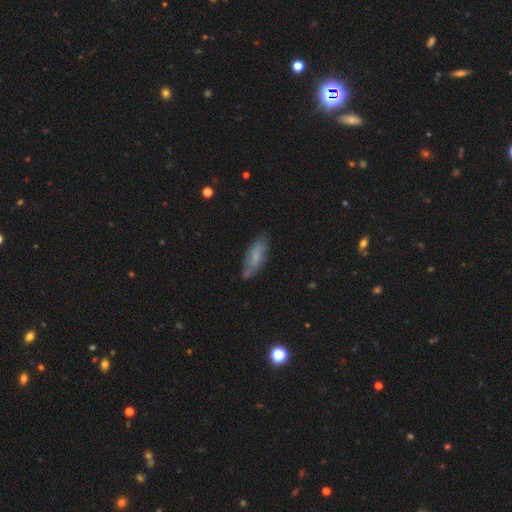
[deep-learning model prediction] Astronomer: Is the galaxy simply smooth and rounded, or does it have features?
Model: smooth — 61%.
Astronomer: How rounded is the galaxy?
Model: in between — 73%.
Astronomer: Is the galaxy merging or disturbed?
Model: none — 70%.